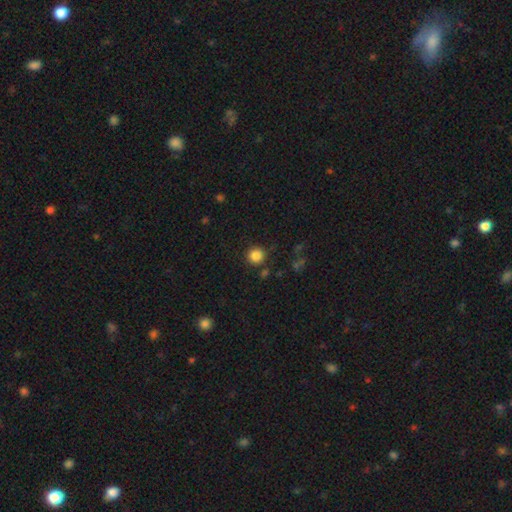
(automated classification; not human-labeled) This is clearly a smooth galaxy (85%). How rounded: clearly round (94%). Merging: clearly none (88%).